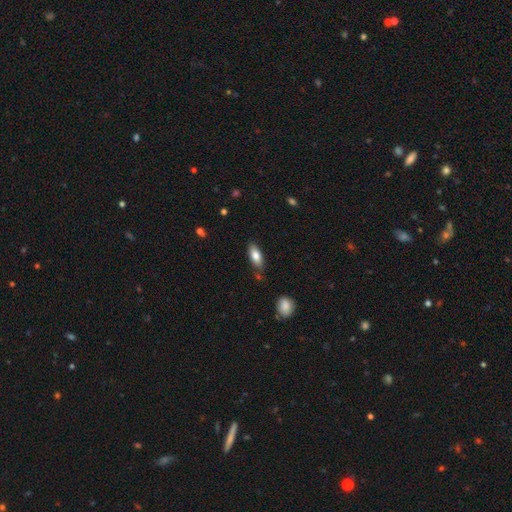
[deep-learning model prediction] The model was most divided on "how rounded": in between: 80%, cigar-shaped: 18%, round: 2%. More confident: smooth or featured — smooth (79%); merging — none (78%).